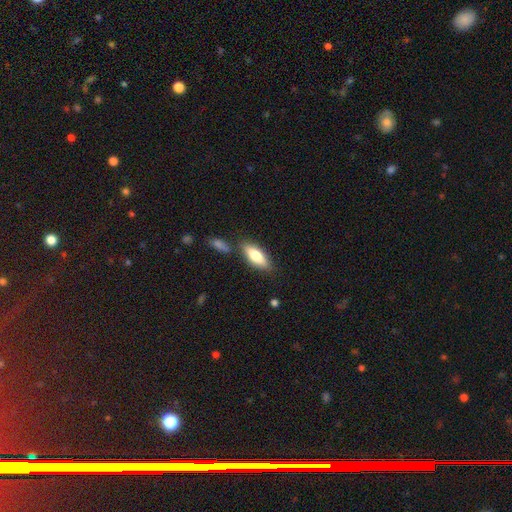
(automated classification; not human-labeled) smooth-or-featured: smooth: 72% | featured or disk: 22% | star or artifact: 6%
  how-rounded: in between: 71% | cigar-shaped: 27% | round: 2%
  merging: none: 77% | minor disturbance: 12% | merger: 8% | major disturbance: 3%